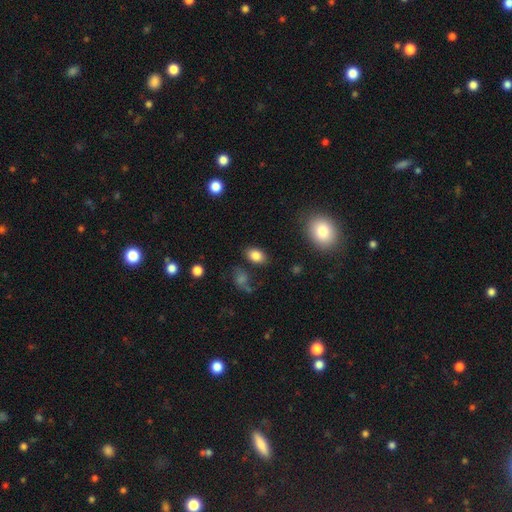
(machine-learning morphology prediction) A smooth galaxy with no disk features (84%) that is in between round and cigar-shaped (84%). Merging: none (81%).